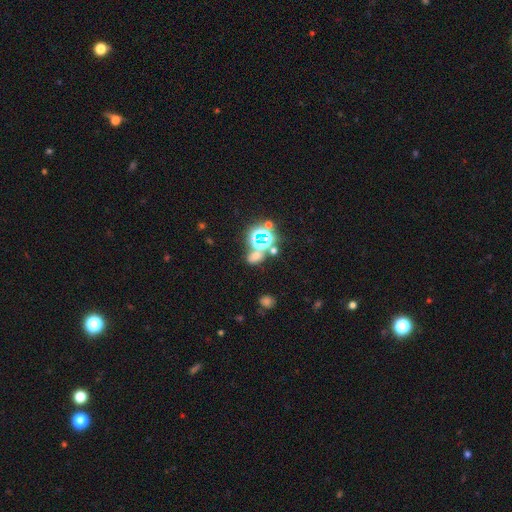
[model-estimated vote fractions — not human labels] Morphology: type=star or artifact (53%).